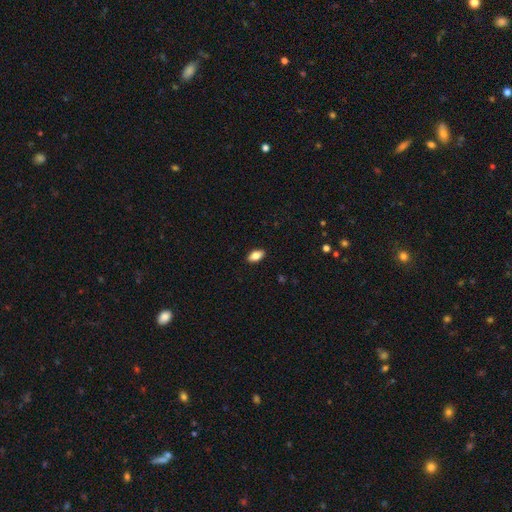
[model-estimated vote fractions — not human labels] Smooth or featured?
  - smooth: 81% *
  - featured or disk: 11%
  - star or artifact: 8%
How rounded?
  - in between: 90% *
  - cigar-shaped: 6%
  - round: 4%
Merging?
  - none: 89% *
  - minor disturbance: 8%
  - major disturbance: 2%
  - merger: 1%